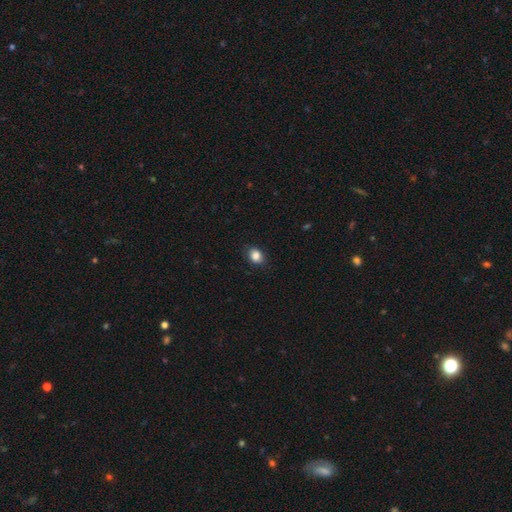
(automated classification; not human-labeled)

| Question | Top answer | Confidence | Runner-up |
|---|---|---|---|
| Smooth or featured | smooth | 84% | star or artifact (9%) |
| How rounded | in between | 59% | round (40%) |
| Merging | none | 85% | minor disturbance (11%) |